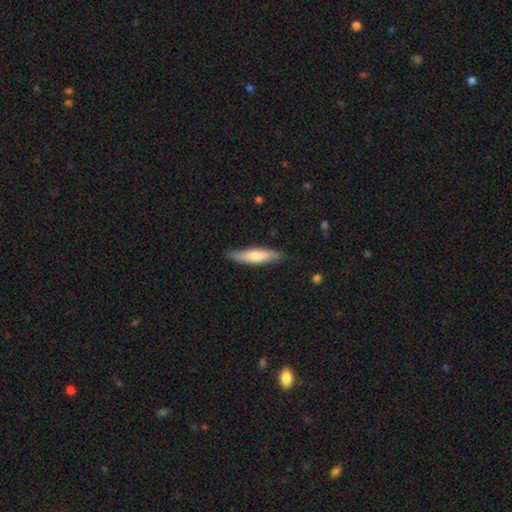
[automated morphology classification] smooth_or_featured: smooth (p=0.68) [alt: featured or disk p=0.27]
how_rounded: cigar-shaped (p=0.77) [alt: in between p=0.22]
merging: none (p=0.83) [alt: minor disturbance p=0.14]